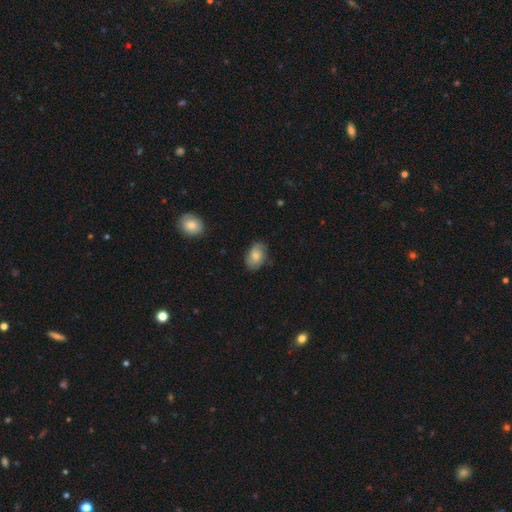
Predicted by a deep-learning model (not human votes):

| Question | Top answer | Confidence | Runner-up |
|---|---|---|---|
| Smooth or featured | smooth | 72% | featured or disk (20%) |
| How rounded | in between | 87% | round (12%) |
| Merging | none | 75% | minor disturbance (20%) |